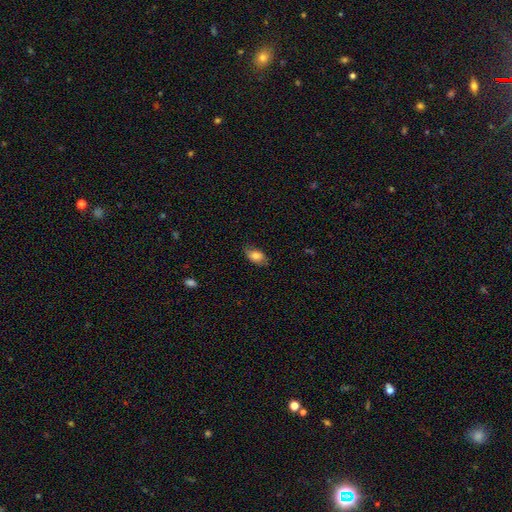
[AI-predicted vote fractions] Q: Smooth or featured?
A: smooth (79%); runner-up: featured or disk (14%)
Q: How rounded?
A: in between (90%); runner-up: round (6%)
Q: Merging?
A: none (76%); runner-up: minor disturbance (19%)